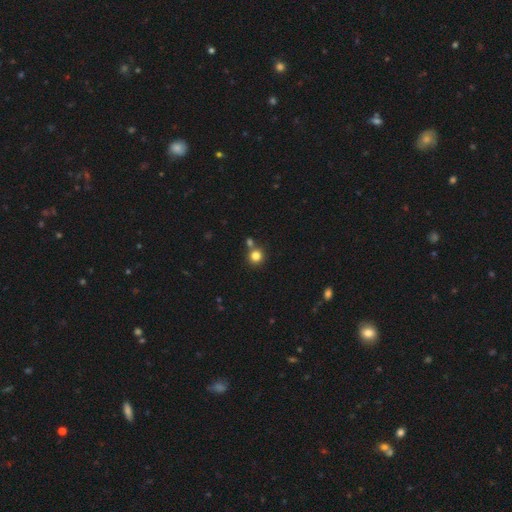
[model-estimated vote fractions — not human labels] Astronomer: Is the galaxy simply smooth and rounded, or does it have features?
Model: smooth — 81%.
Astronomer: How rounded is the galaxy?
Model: round — 92%.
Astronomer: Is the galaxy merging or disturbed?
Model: none — 70%.